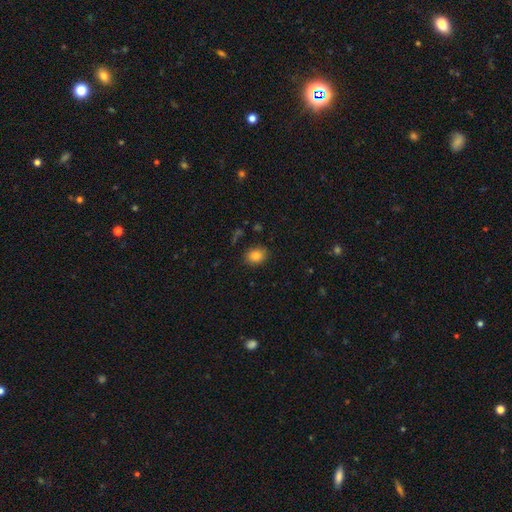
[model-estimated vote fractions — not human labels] Smooth or featured: smooth — 84% (star or artifact — 10%)
How rounded: in between — 56% (round — 43%)
Merging: none — 84% (minor disturbance — 12%)